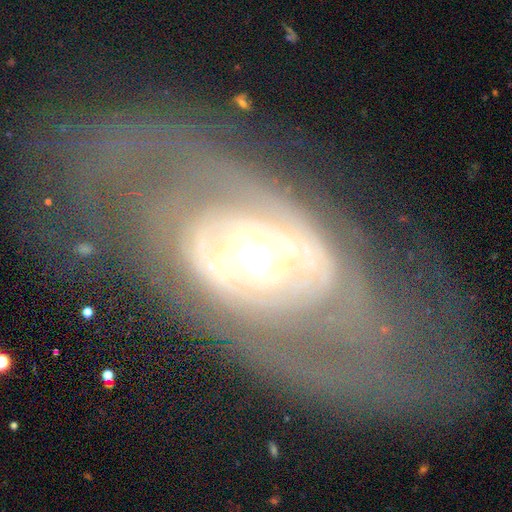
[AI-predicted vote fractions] Smooth or featured: featured or disk — 83% (smooth — 11%)
Edge-on disk: no — 91% (yes — 9%)
Bar: no — 50% (weak — 29%)
Spiral arms: yes — 74% (no — 26%)
Spiral winding: tight — 48% (medium — 34%)
Spiral arm count: 2 — 55% (can't tell — 28%)
Bulge size: moderate — 57% (large — 27%)
Merging: none — 61% (major disturbance — 21%)